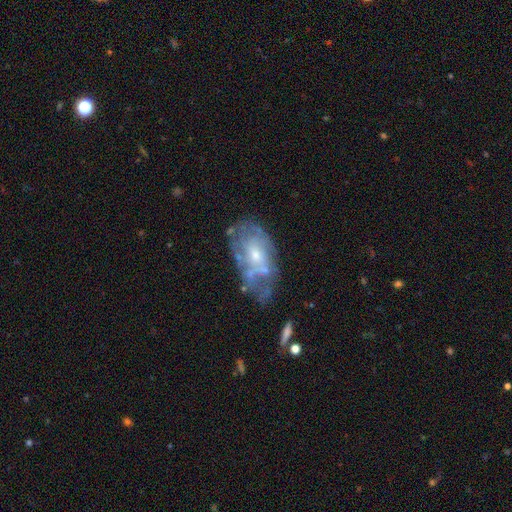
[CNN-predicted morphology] This is likely a featured or disk galaxy (64%). It is clearly not viewed edge-on (94%). Bar: likely no (77%). Spiral arm pattern: possibly no (59%). Central bulge: possibly small (51%). Merging: possibly none (48%).